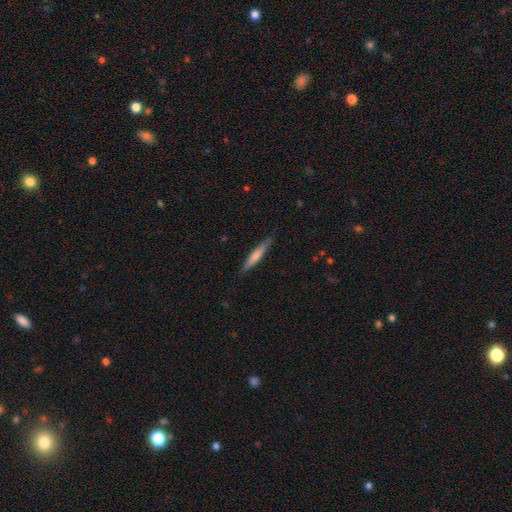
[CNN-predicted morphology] type=smooth (65%); roundness=cigar-shaped (92%); merging=none (86%).